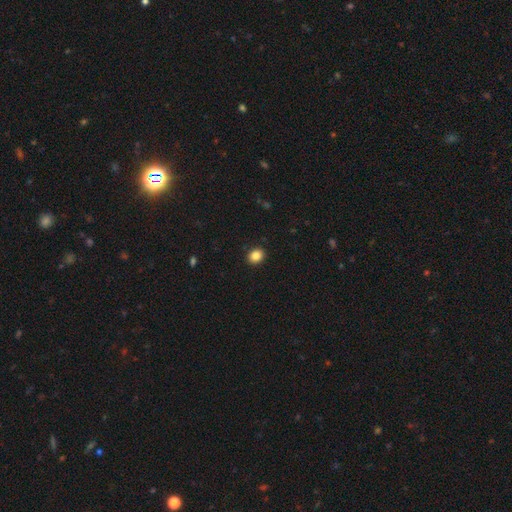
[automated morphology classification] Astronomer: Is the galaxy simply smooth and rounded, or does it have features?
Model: smooth — 86%.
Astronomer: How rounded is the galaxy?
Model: round — 58% (runner-up: in between, 41%).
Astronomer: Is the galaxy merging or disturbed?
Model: none — 91%.